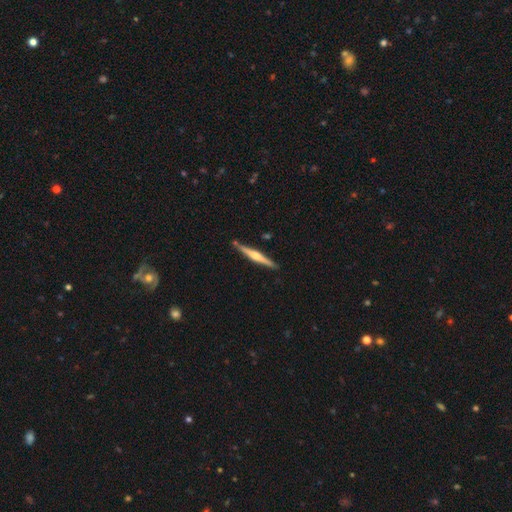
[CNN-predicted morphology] Overall: featured or disk (69%). Edge-on disk: yes (98%). Edge-on bulge: rounded (84%). Merging: none (86%).